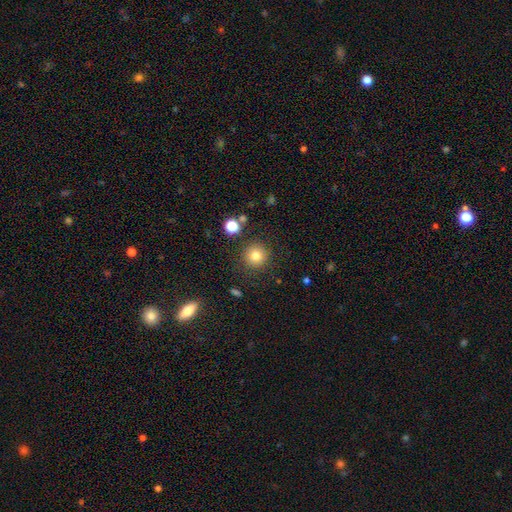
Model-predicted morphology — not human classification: smooth_or_featured: smooth (p=0.79) [alt: star or artifact p=0.12]
how_rounded: round (p=0.94) [alt: in between p=0.05]
merging: none (p=0.87) [alt: minor disturbance p=0.07]